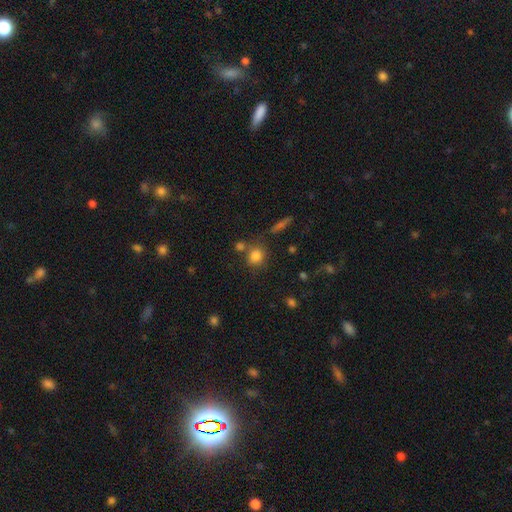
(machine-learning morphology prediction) smooth-or-featured: smooth: 81% | star or artifact: 12% | featured or disk: 7%
  how-rounded: round: 80% | in between: 19% | cigar-shaped: 2%
  merging: none: 67% | merger: 16% | minor disturbance: 12% | major disturbance: 5%